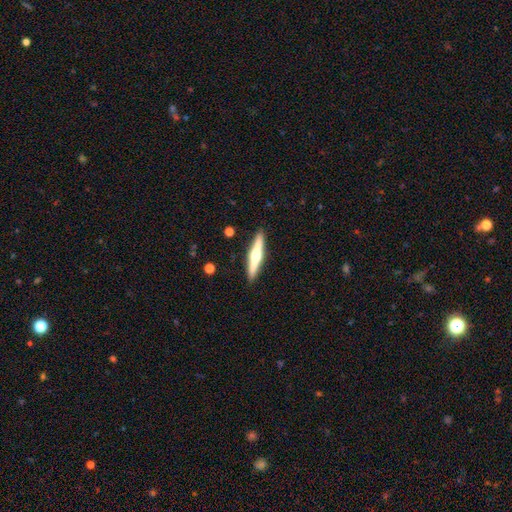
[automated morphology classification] featured or disk 63%, smooth 32%, star or artifact 5%. Down the decision tree: edge-on disk — yes (97%); edge-on bulge — rounded (93%); merging — none (91%).